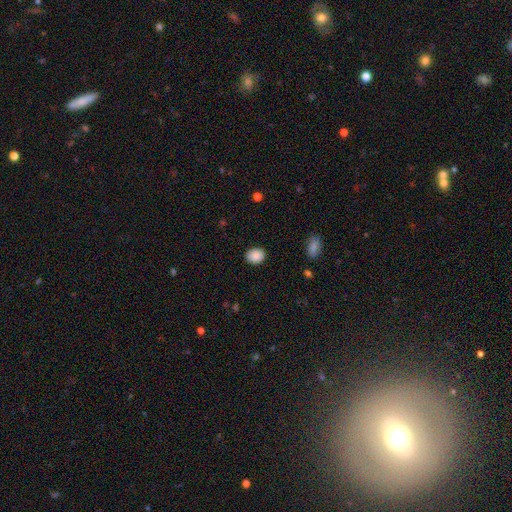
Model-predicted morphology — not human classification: The model was most divided on "how rounded": in between: 52%, round: 47%, cigar-shaped: 1%. More confident: smooth or featured — smooth (88%); merging — none (87%).